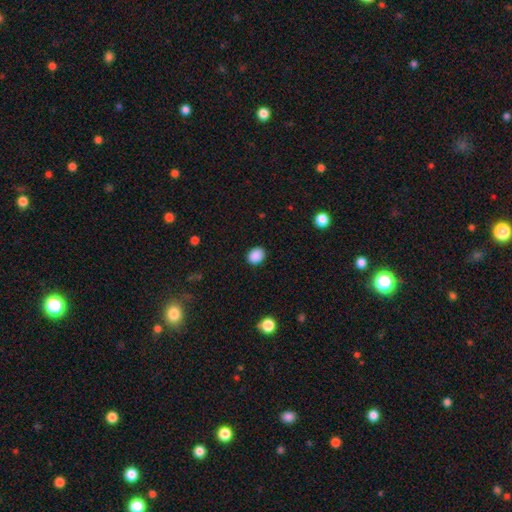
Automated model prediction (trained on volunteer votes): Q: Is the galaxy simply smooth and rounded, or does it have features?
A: smooth — 88%.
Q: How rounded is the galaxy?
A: in between — 51%.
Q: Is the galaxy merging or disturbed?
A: none — 89%.